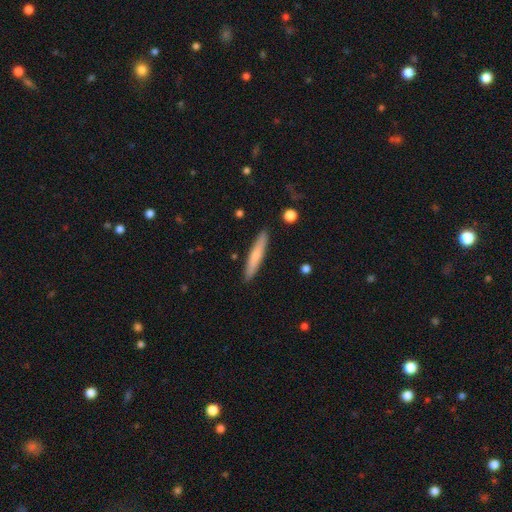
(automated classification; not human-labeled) The model was most divided on "smooth or featured": smooth: 67%, featured or disk: 28%, star or artifact: 6%. More confident: how rounded — cigar-shaped (92%); merging — none (90%).